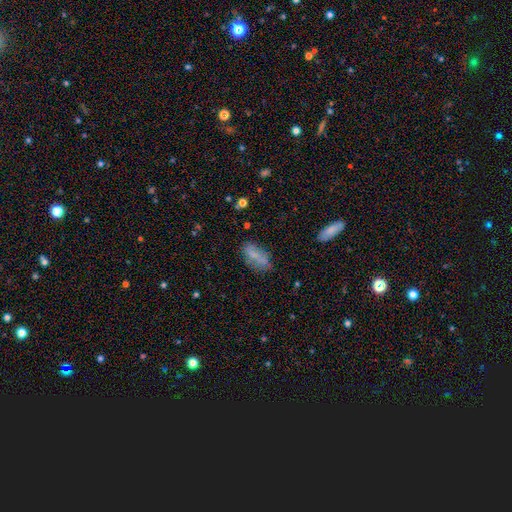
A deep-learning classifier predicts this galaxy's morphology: A smooth galaxy with no disk features (66%) that is in between round and cigar-shaped (84%).

Vote fractions:
- Smooth or featured? smooth: 66% / featured or disk: 24% / star or artifact: 10%
- How rounded? in between: 84% / cigar-shaped: 13% / round: 3%
- Merging? none: 57% / minor disturbance: 26% / major disturbance: 12% / merger: 6%